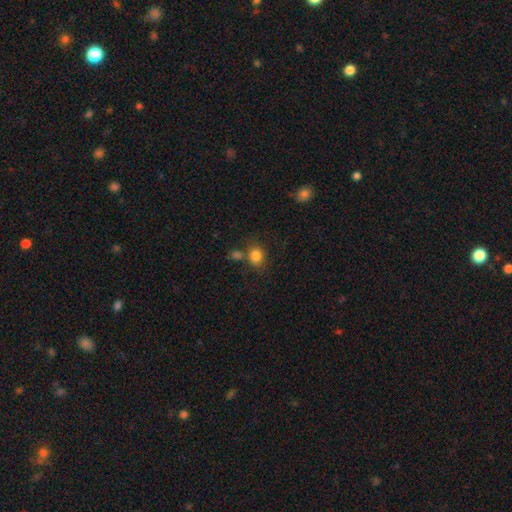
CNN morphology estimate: A smooth galaxy with no disk features (83%) that is round (70%).

Vote fractions:
- Smooth or featured? smooth: 83% / star or artifact: 11% / featured or disk: 6%
- How rounded? round: 70% / in between: 29% / cigar-shaped: 1%
- Merging? none: 65% / merger: 17% / minor disturbance: 13% / major disturbance: 5%